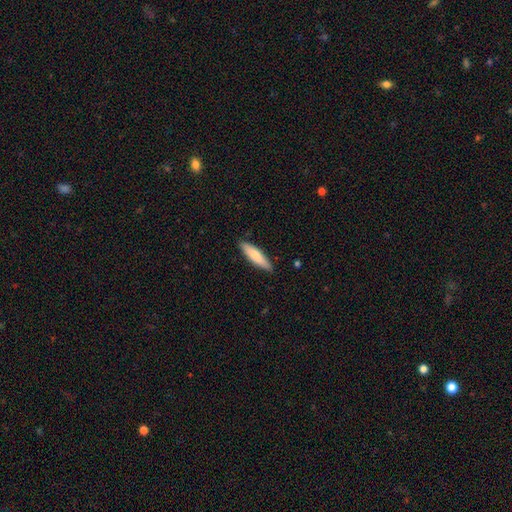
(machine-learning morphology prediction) smooth-or-featured: smooth: 75% | featured or disk: 20% | star or artifact: 5%
  how-rounded: cigar-shaped: 72% | in between: 26% | round: 1%
  merging: none: 88% | minor disturbance: 9% | major disturbance: 2% | merger: 1%